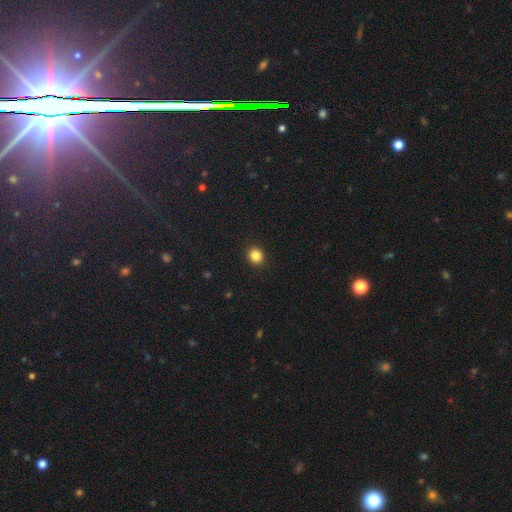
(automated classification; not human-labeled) Smooth or featured? smooth (85%)
How rounded? round (82%)
Merging? none (92%)